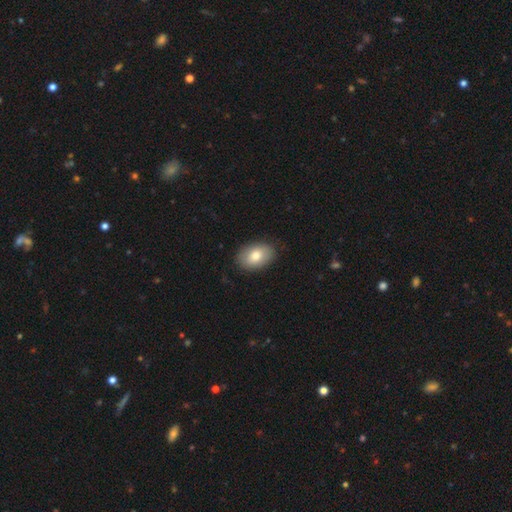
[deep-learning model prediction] smooth 79%, featured or disk 15%, star or artifact 7%. Down the decision tree: how rounded — in between (86%); merging — none (86%).